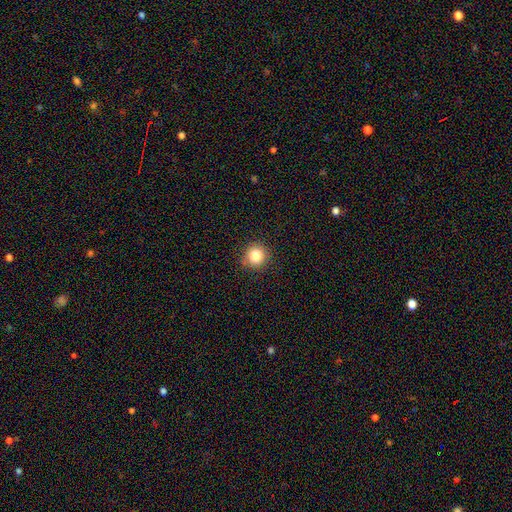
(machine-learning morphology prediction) Smooth or featured? smooth (82%)
How rounded? round (94%)
Merging? none (87%)